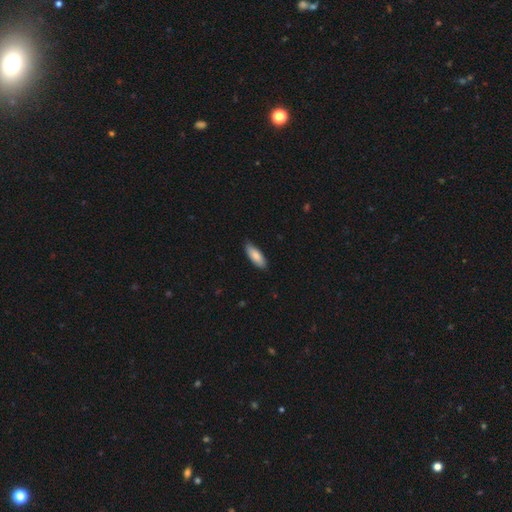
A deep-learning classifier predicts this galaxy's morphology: A smooth galaxy with no disk features (85%) that is in between round and cigar-shaped (69%).

Vote fractions:
- Smooth or featured? smooth: 85% / featured or disk: 10% / star or artifact: 5%
- How rounded? in between: 69% / cigar-shaped: 30% / round: 2%
- Merging? none: 84% / minor disturbance: 13% / major disturbance: 2% / merger: 1%